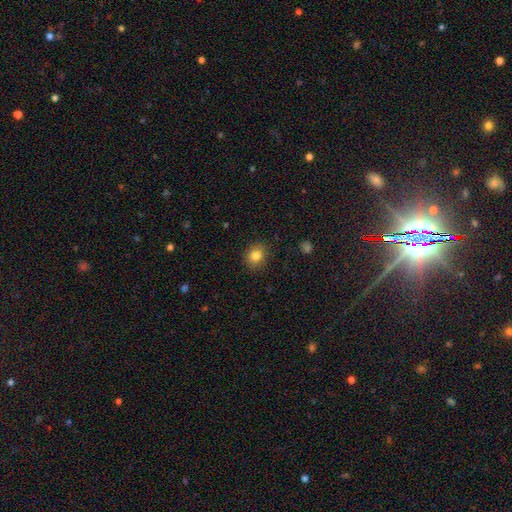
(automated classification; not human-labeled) A smooth galaxy with no disk features (82%) that is round (67%).

Vote fractions:
- Smooth or featured? smooth: 82% / star or artifact: 11% / featured or disk: 7%
- How rounded? round: 67% / in between: 32% / cigar-shaped: 1%
- Merging? none: 87% / minor disturbance: 9% / major disturbance: 2% / merger: 1%